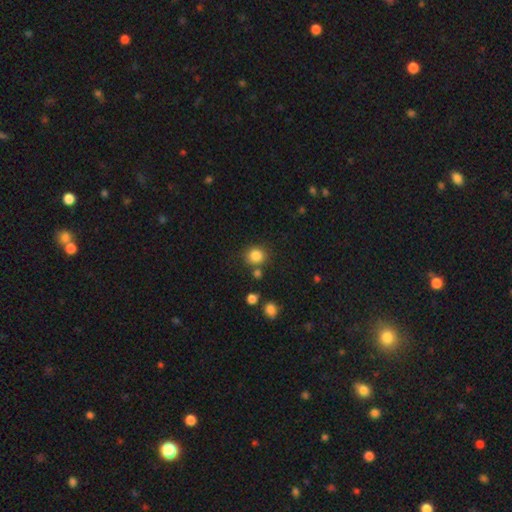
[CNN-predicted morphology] Smooth or featured: smooth — 85% (star or artifact — 11%)
How rounded: round — 83% (in between — 16%)
Merging: none — 79% (minor disturbance — 10%)